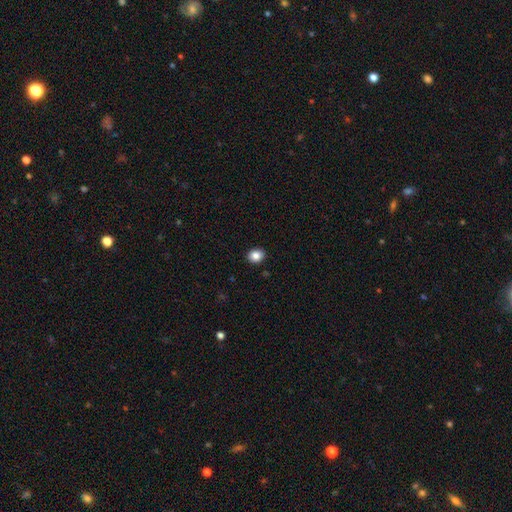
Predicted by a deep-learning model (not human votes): smooth-or-featured: smooth: 85% | star or artifact: 9% | featured or disk: 5%
  how-rounded: round: 57% | in between: 42% | cigar-shaped: 1%
  merging: none: 91% | minor disturbance: 6% | major disturbance: 2% | merger: 1%